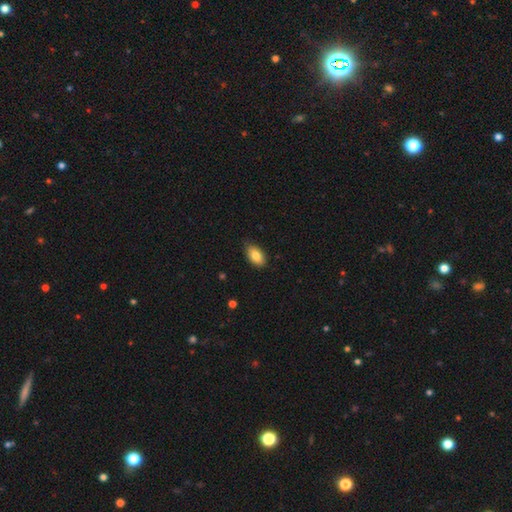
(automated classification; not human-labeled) Q: Smooth or featured?
A: smooth (83%); runner-up: featured or disk (9%)
Q: How rounded?
A: in between (92%); runner-up: round (5%)
Q: Merging?
A: none (79%); runner-up: minor disturbance (18%)